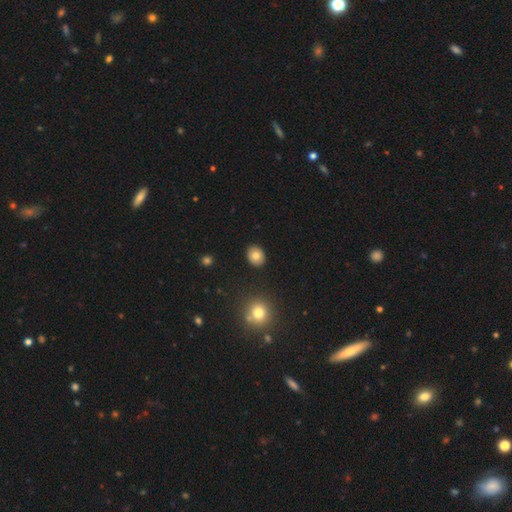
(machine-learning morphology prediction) The model was most divided on "how rounded": in between: 50%, round: 49%, cigar-shaped: 1%. More confident: merging — none (90%); smooth or featured — smooth (80%).